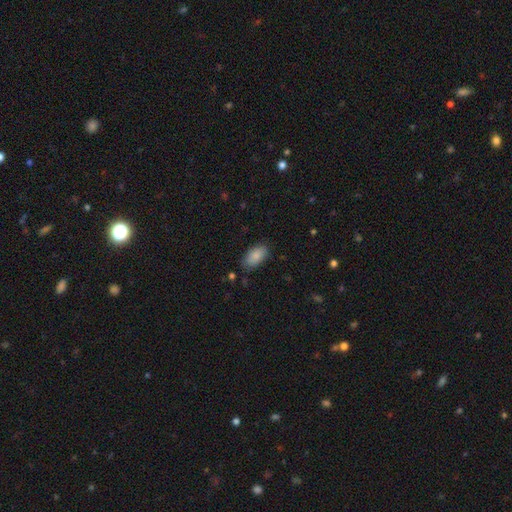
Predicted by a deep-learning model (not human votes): Overall: smooth (86%). How rounded: in between (93%). Merging: none (79%).